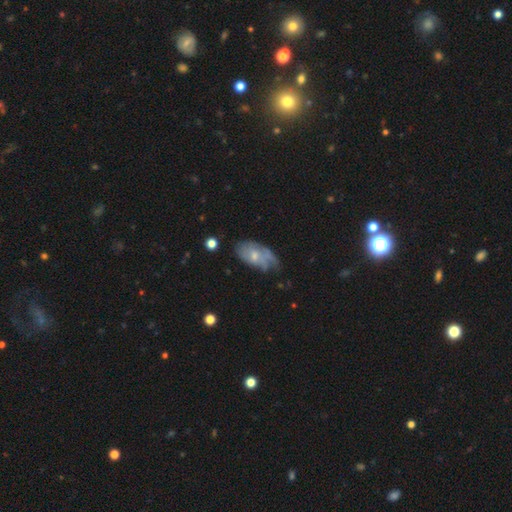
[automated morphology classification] Overall: featured or disk (48%; smooth 45%). Merging: none (41%; minor disturbance 36%).